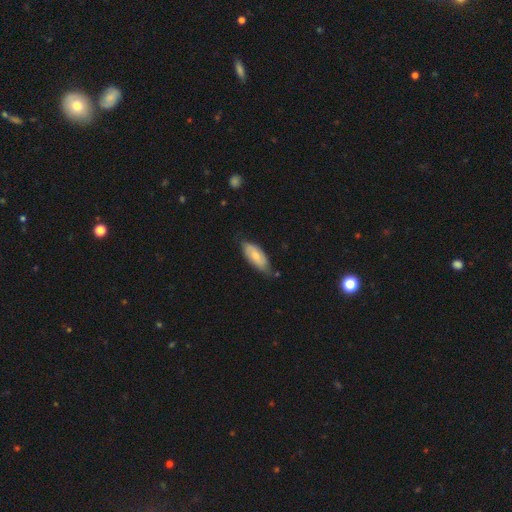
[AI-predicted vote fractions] smooth 68%, featured or disk 26%, star or artifact 6%. Down the decision tree: how rounded — in between (81%); merging — none (60%).